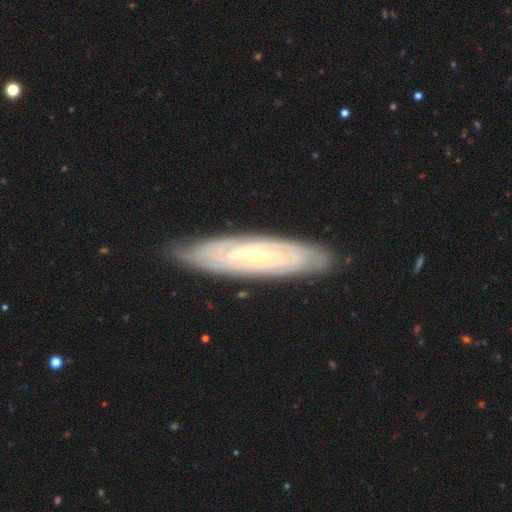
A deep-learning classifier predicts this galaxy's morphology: smooth_or_featured: featured or disk (p=0.80) [alt: smooth p=0.15]
disk_edge_on: no (p=0.76) [alt: yes p=0.24]
bar: no (p=0.69) [alt: weak p=0.23]
has_spiral_arms: yes (p=0.82) [alt: no p=0.18]
bulge_size: small (p=0.64) [alt: moderate p=0.33]
merging: none (p=0.84) [alt: minor disturbance p=0.12]